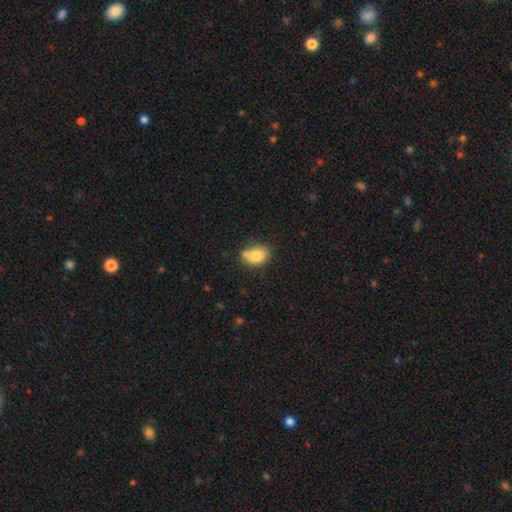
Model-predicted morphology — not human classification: Smooth or featured? Predicted: smooth (p=0.81). How rounded? Predicted: in between (p=0.75). Merging? Predicted: none (p=0.62).